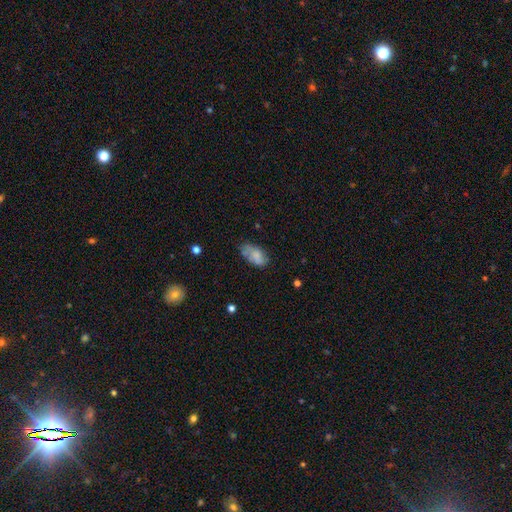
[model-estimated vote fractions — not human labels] A smooth galaxy with no disk features (70%) that is in between round and cigar-shaped (92%). Merging: none (55%).